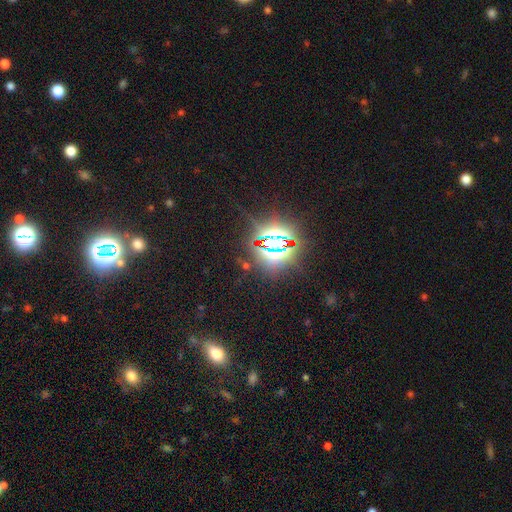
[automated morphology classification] This appears to be a star or artifact, not a galaxy (82%).